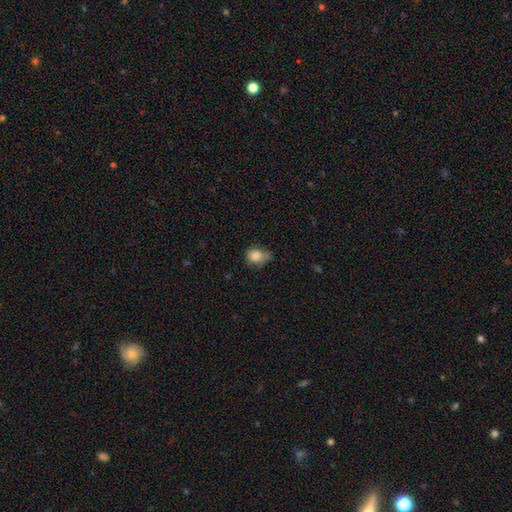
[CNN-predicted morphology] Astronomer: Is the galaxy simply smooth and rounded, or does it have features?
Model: smooth — 81%.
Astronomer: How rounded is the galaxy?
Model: in between — 59% (runner-up: round, 40%).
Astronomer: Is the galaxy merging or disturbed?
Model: none — 44% (runner-up: minor disturbance, 41%).